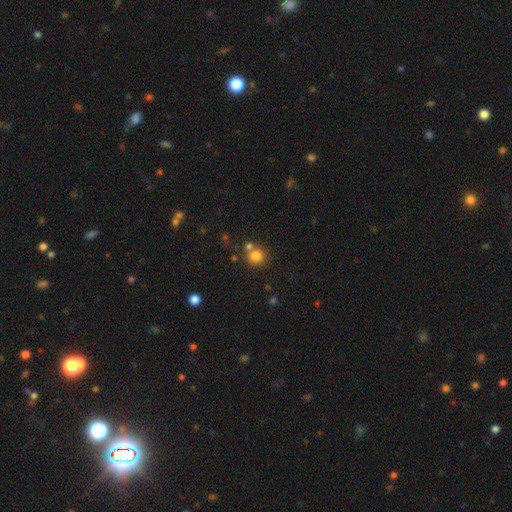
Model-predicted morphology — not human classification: Smooth or featured?
  - smooth: 80% *
  - star or artifact: 13%
  - featured or disk: 7%
How rounded?
  - round: 90% *
  - in between: 9%
  - cigar-shaped: 1%
Merging?
  - none: 67% *
  - merger: 21%
  - minor disturbance: 9%
  - major disturbance: 3%